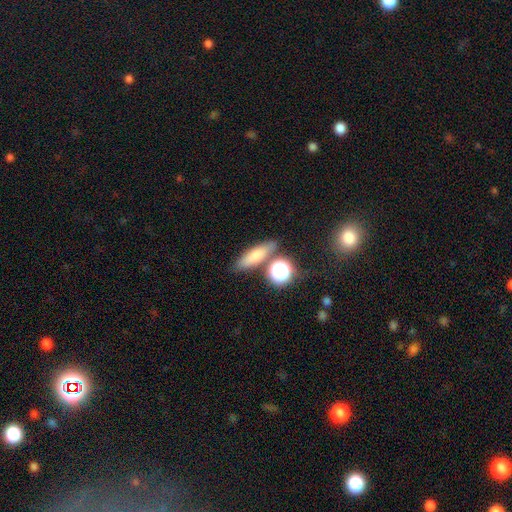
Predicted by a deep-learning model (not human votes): This is likely a smooth galaxy (72%). How rounded: marginally cigar-shaped (45%). Merging: likely none (72%).